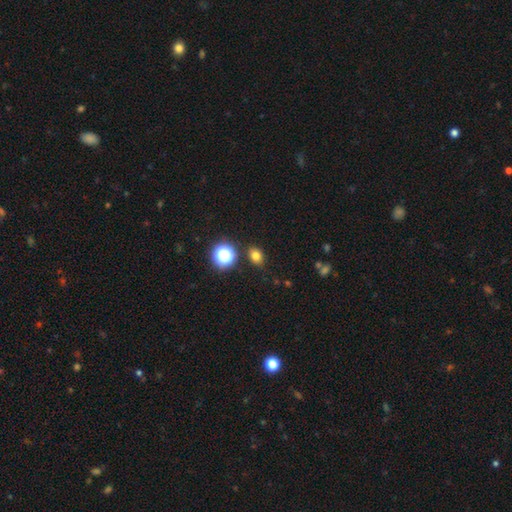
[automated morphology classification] Q: Smooth or featured?
A: smooth (75%); runner-up: star or artifact (18%)
Q: How rounded?
A: in between (57%); runner-up: round (42%)
Q: Merging?
A: none (84%); runner-up: minor disturbance (10%)